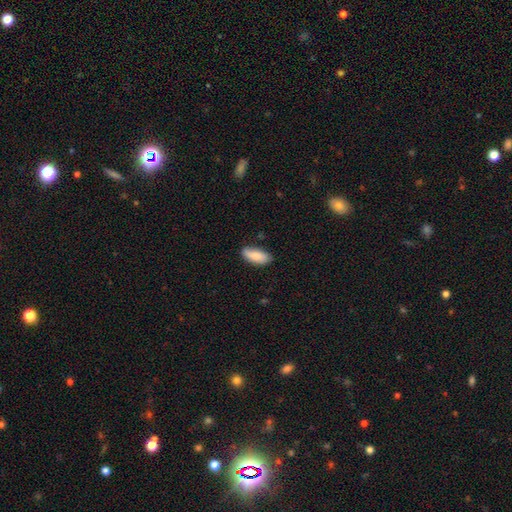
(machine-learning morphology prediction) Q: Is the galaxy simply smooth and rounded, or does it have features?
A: smooth — 85%.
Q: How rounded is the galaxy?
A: in between — 82%.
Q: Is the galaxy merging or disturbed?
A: none — 79%.